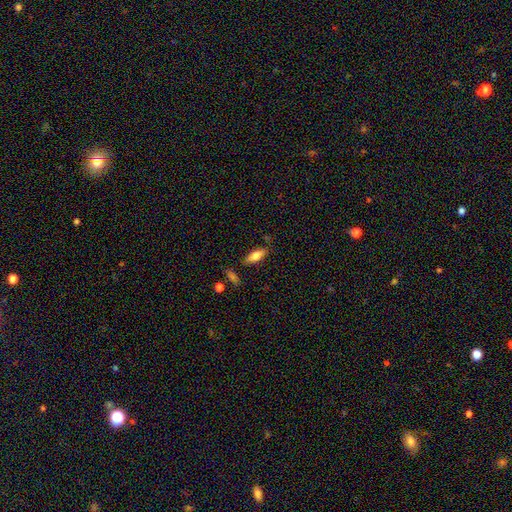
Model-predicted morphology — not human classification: Overall: smooth (69%). How rounded: in between (70%). Merging: none (80%).